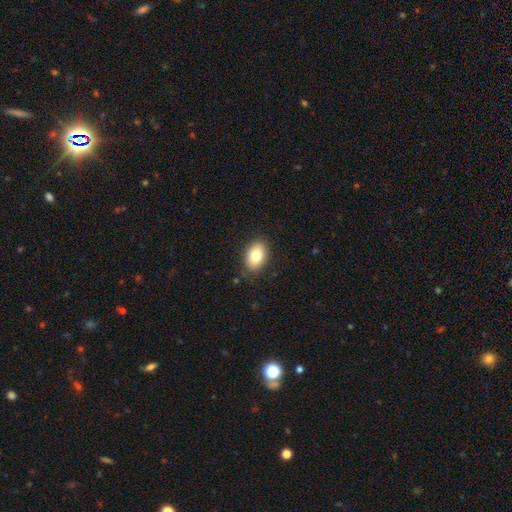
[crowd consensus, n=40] A smooth galaxy with no disk features (80%) that is in between round and cigar-shaped (91%).

Vote fractions:
- Smooth or featured? smooth: 80% / featured or disk: 12% / star or artifact: 8%
- How rounded? in between: 91% / round: 9% / cigar-shaped: 0%
- Merging? none: 89% / minor disturbance: 8% / major disturbance: 3% / merger: 0%